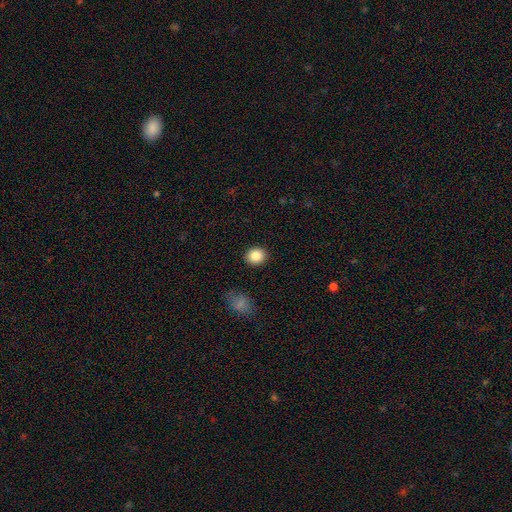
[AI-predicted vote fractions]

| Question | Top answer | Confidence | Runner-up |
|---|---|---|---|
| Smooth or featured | smooth | 86% | star or artifact (9%) |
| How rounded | round | 67% | in between (32%) |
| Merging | none | 90% | minor disturbance (7%) |